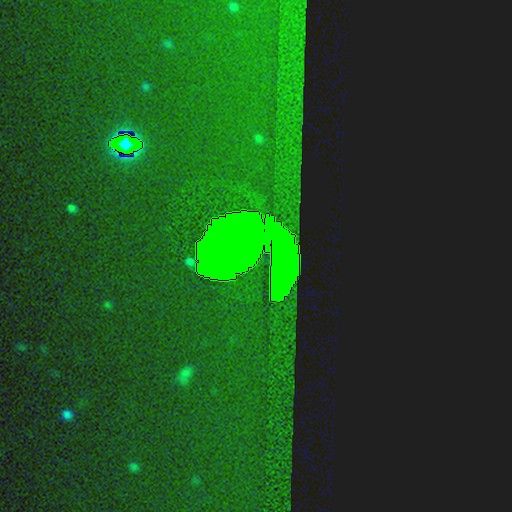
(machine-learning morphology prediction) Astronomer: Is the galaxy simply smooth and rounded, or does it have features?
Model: star or artifact — 82%.